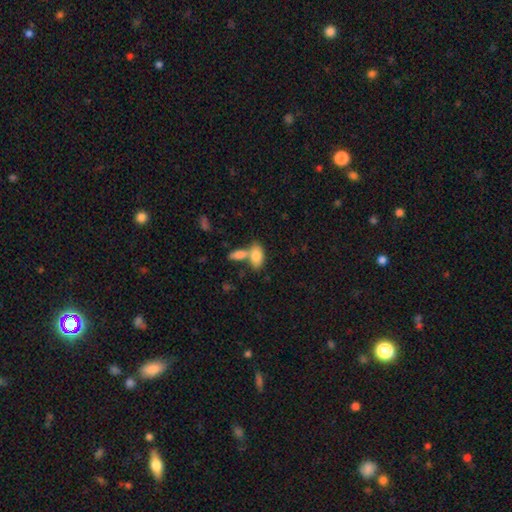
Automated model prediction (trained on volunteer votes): A smooth galaxy with no disk features (82%) that is in between round and cigar-shaped (91%).

Vote fractions:
- Smooth or featured? smooth: 82% / featured or disk: 11% / star or artifact: 7%
- How rounded? in between: 91% / cigar-shaped: 5% / round: 5%
- Merging? merger: 50% / none: 37% / minor disturbance: 9% / major disturbance: 4%